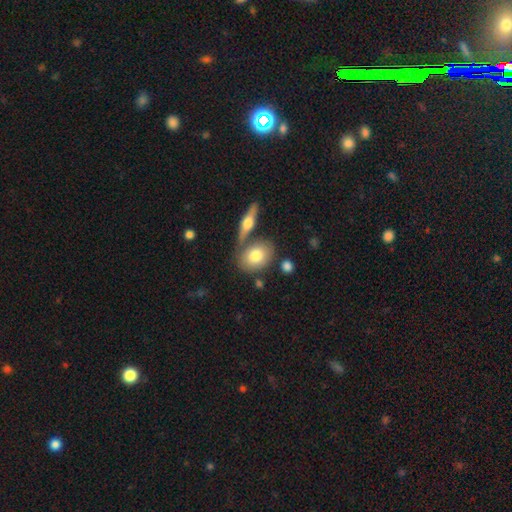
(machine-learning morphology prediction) Smooth or featured? Predicted: smooth (p=0.73). How rounded? Predicted: in between (p=0.66). Merging? Predicted: none (p=0.66).